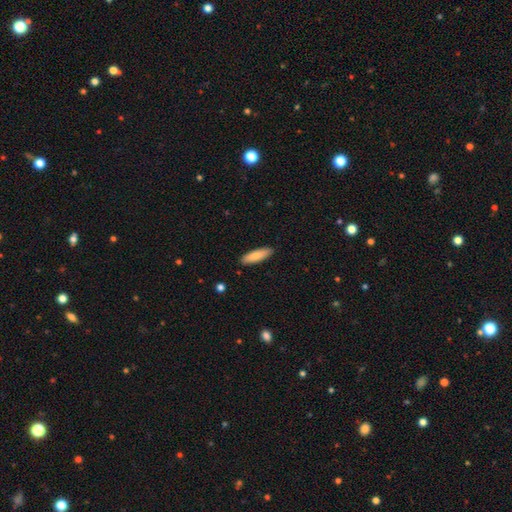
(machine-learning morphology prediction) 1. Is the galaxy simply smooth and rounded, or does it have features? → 82% smooth, 12% featured or disk, 6% star or artifact.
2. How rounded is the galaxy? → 56% cigar-shaped, 42% in between, 2% round.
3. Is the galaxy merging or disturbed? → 89% none, 8% minor disturbance, 2% major disturbance, 1% merger.